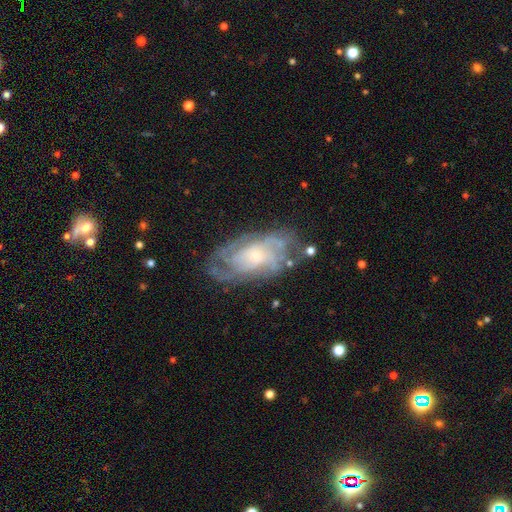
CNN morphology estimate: smooth-or-featured: featured or disk: 80% | smooth: 14% | star or artifact: 7%
  disk-edge-on: no: 95% | yes: 5%
    bar: no: 71% | weak: 25% | strong: 4%
    has-spiral-arms: yes: 89% | no: 11%
      spiral-winding: tight: 57% | medium: 33% | loose: 10%
      spiral-arm-count: can't tell: 48% | 4: 15% | 3: 13% | 2: 12% | more than 4: 8% | 1: 5%
    bulge-size: small: 54% | moderate: 34% | large: 5% | none: 5% | dominant: 1%
  merging: none: 68% | minor disturbance: 20% | major disturbance: 10% | merger: 2%